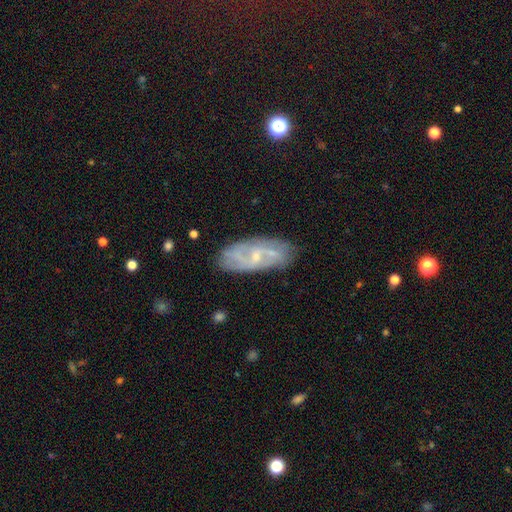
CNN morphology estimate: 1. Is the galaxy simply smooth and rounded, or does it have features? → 72% featured or disk, 20% smooth, 8% star or artifact.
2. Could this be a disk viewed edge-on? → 91% no, 9% yes.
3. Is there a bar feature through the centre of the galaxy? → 44% weak, 43% no, 13% strong.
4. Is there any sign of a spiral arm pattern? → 80% yes, 20% no.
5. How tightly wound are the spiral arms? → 41% medium, 33% tight, 27% loose.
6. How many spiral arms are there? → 43% 2, 35% can't tell, 10% 3, 5% 4, 4% 1, 3% more than 4.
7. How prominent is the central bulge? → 69% small, 24% moderate, 5% none, 1% large, 1% dominant.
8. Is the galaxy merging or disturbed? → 73% none, 18% minor disturbance, 5% major disturbance, 4% merger.